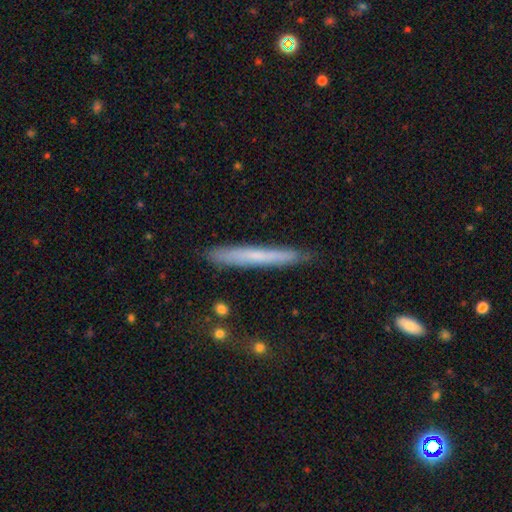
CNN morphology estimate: Overall: smooth (60%; featured or disk 34%). How rounded: cigar-shaped (96%). Merging: none (84%).